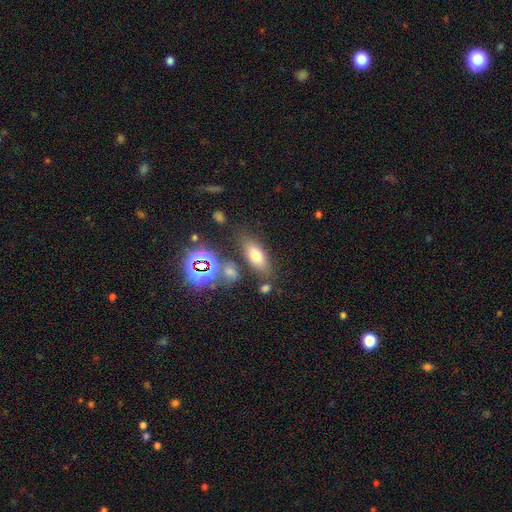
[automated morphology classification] smooth-or-featured: smooth: 65% | star or artifact: 18% | featured or disk: 17%
  how-rounded: in between: 73% | cigar-shaped: 19% | round: 8%
  merging: none: 73% | minor disturbance: 13% | merger: 9% | major disturbance: 6%